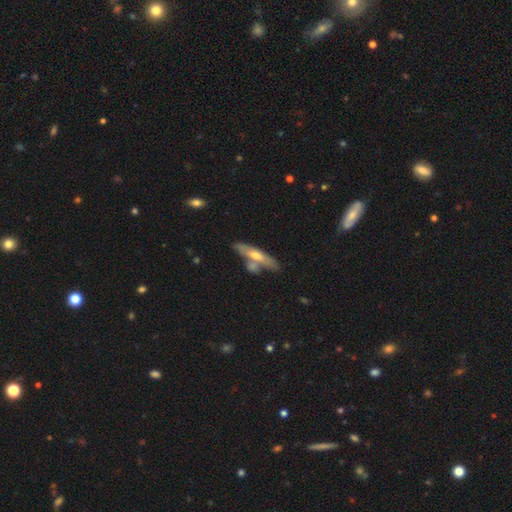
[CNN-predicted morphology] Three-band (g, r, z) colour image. It shows a featured or disk galaxy (50%) viewed edge-on (74%). Merging: none (58%).